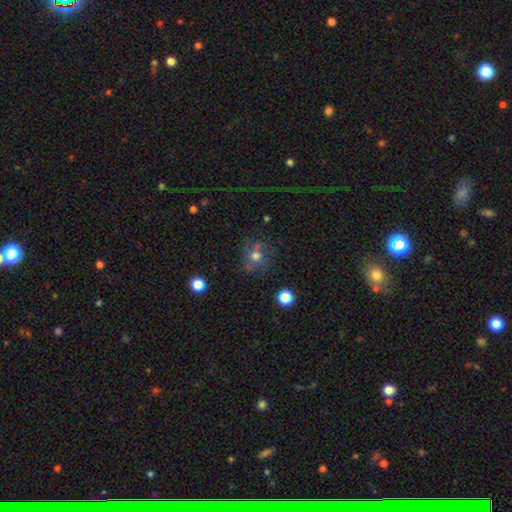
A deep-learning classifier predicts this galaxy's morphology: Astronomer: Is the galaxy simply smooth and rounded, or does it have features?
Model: smooth — 60%.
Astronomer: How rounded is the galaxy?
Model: round — 84%.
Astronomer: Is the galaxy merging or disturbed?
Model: none — 64%.